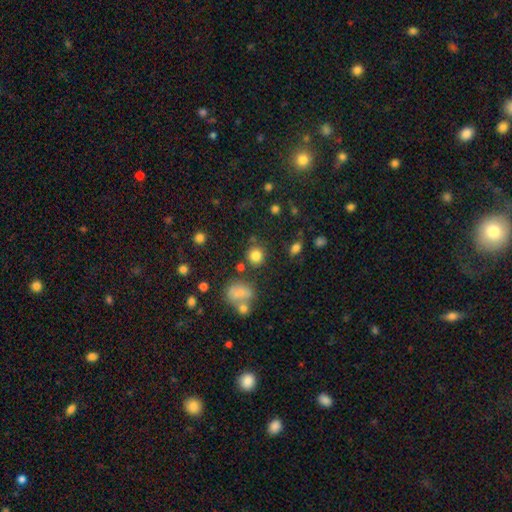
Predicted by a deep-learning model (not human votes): Morphology: type=smooth (81%); roundness=round (87%); merging=none (78%).